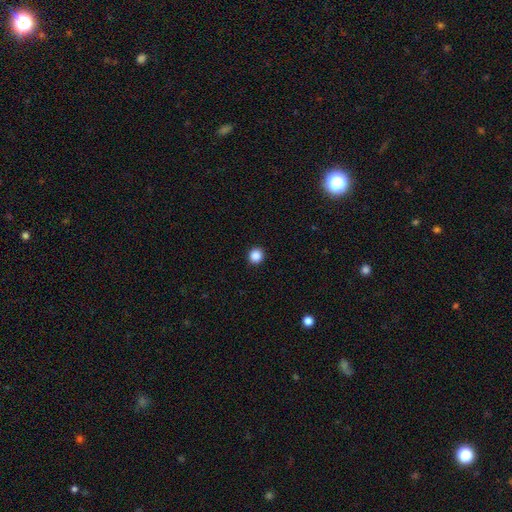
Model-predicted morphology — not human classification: Smooth or featured: smooth — 87% (star or artifact — 10%)
How rounded: round — 94% (in between — 5%)
Merging: none — 93% (minor disturbance — 4%)